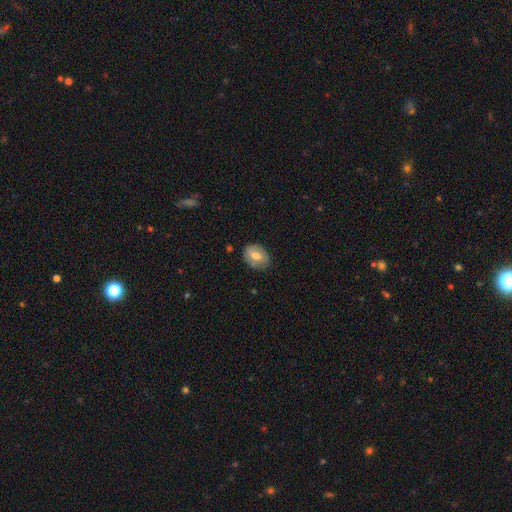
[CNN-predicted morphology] A smooth galaxy with no disk features (63%) that is in between round and cigar-shaped (71%). Merging: none (78%).